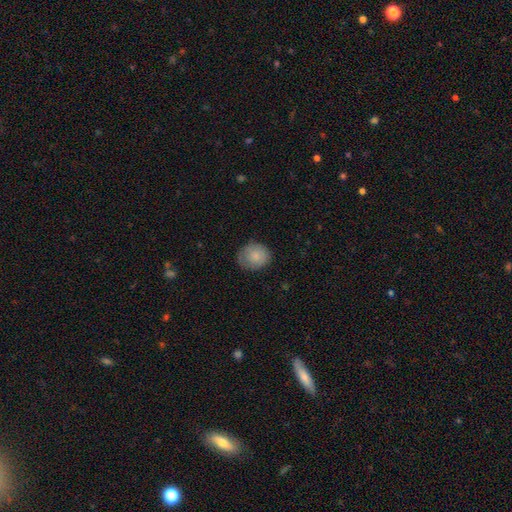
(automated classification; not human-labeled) Smooth or featured? smooth (77%)
How rounded? round (64%)
Merging? none (72%)